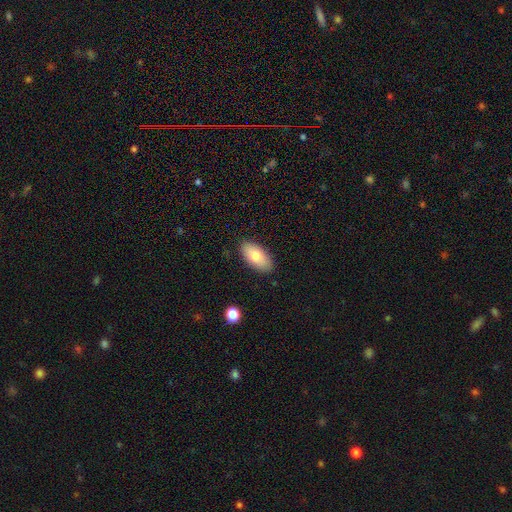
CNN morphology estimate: type=smooth (77%); roundness=in between (93%); merging=none (88%).